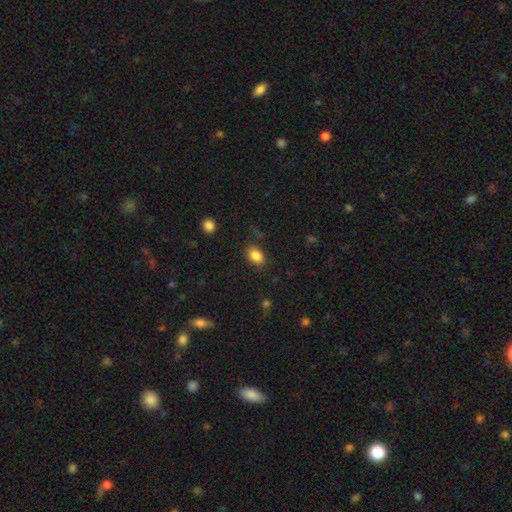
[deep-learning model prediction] A smooth galaxy with no disk features (85%) that is in between round and cigar-shaped (84%).

Vote fractions:
- Smooth or featured? smooth: 85% / star or artifact: 9% / featured or disk: 6%
- How rounded? in between: 84% / round: 15% / cigar-shaped: 2%
- Merging? none: 82% / minor disturbance: 13% / major disturbance: 4% / merger: 2%